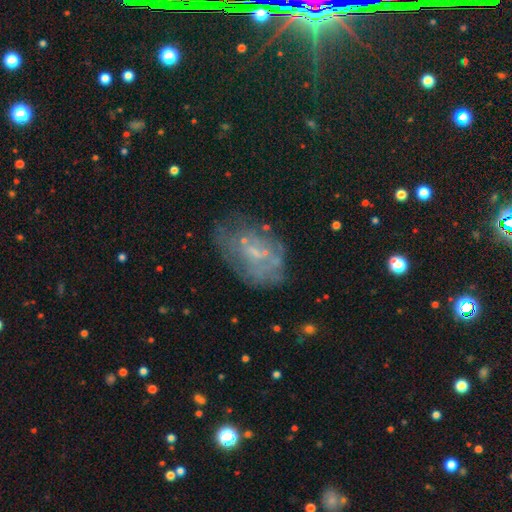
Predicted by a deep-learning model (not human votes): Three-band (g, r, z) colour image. It shows a featured or disk galaxy (50%). Merging: none (55%).